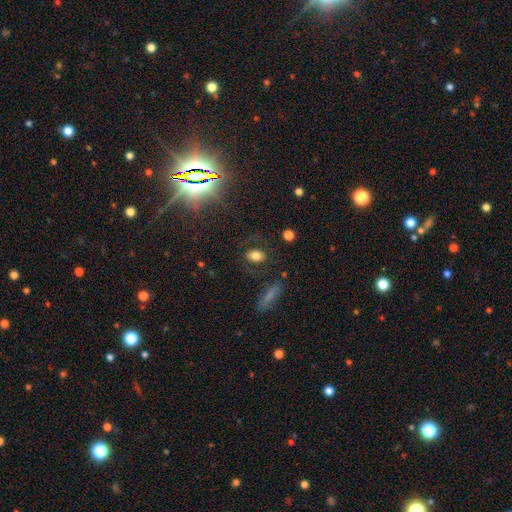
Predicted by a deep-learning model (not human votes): Q: Smooth or featured?
A: smooth (71%); runner-up: featured or disk (17%)
Q: How rounded?
A: in between (77%); runner-up: round (20%)
Q: Merging?
A: none (78%); runner-up: minor disturbance (13%)